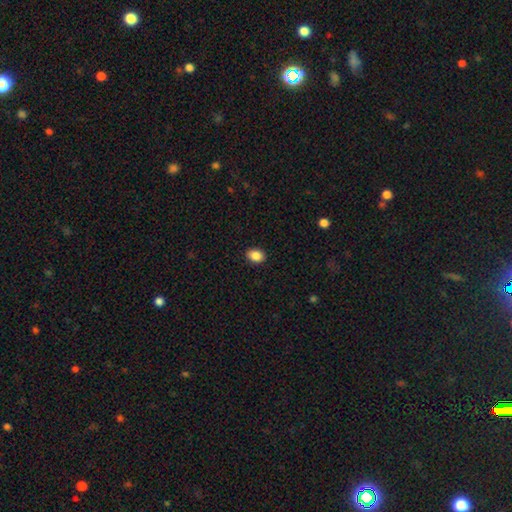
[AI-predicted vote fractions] Overall: smooth (88%). How rounded: in between (69%; round 30%). Merging: none (91%).